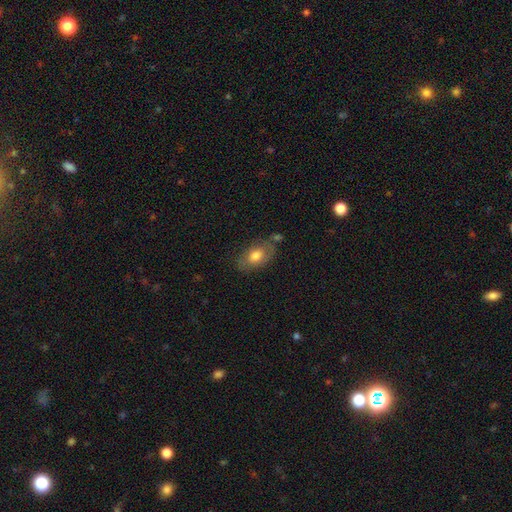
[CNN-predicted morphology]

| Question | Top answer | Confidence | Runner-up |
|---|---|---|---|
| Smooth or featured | smooth | 71% | featured or disk (21%) |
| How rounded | in between | 87% | round (11%) |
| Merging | none | 62% | minor disturbance (22%) |